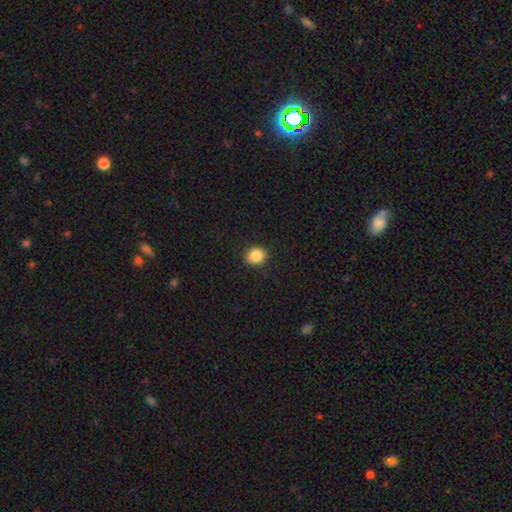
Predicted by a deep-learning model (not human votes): smooth_or_featured: smooth (p=0.86) [alt: star or artifact p=0.09]
how_rounded: round (p=0.71) [alt: in between p=0.28]
merging: none (p=0.91) [alt: minor disturbance p=0.06]